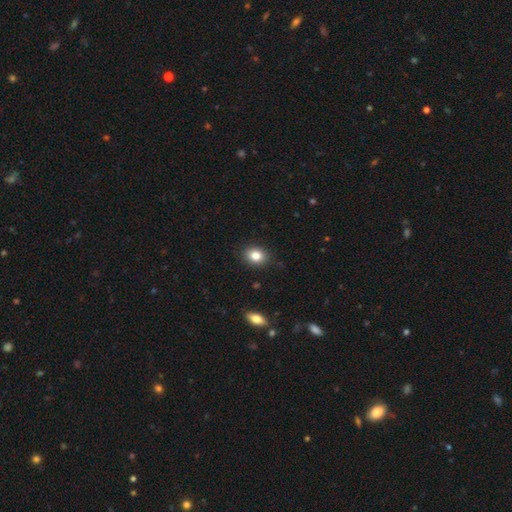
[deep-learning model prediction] Q: Smooth or featured?
A: smooth (84%); runner-up: star or artifact (9%)
Q: How rounded?
A: in between (58%); runner-up: round (41%)
Q: Merging?
A: none (88%); runner-up: minor disturbance (9%)